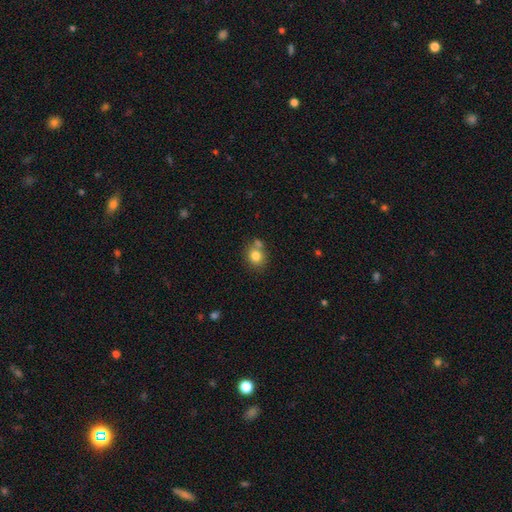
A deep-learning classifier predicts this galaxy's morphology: Smooth or featured?
  - smooth: 80% *
  - star or artifact: 10%
  - featured or disk: 9%
How rounded?
  - round: 67% *
  - in between: 32%
  - cigar-shaped: 1%
Merging?
  - none: 58% *
  - merger: 25%
  - minor disturbance: 12%
  - major disturbance: 4%